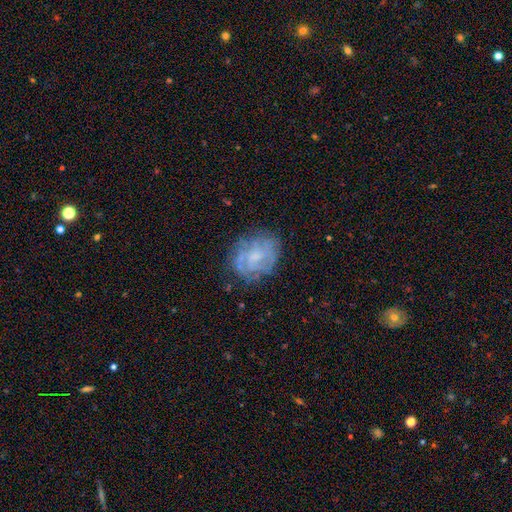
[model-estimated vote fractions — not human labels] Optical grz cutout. It shows a featured or disk galaxy (62%) with no bar (70%), spiral arms (51%) and a small central bulge (38%). Merging: none (69%).